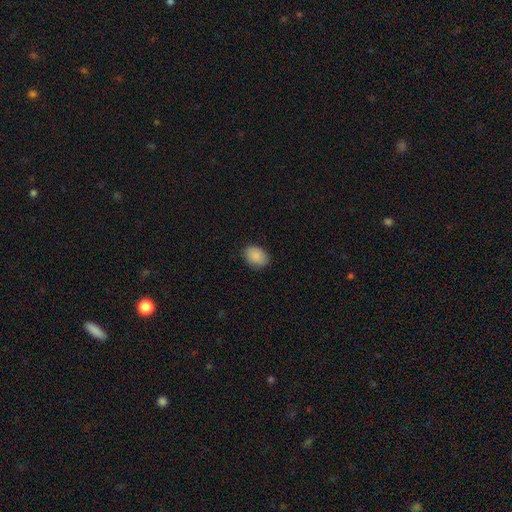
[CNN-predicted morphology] This is clearly a smooth galaxy (89%). How rounded: likely in between (70%). Merging: clearly none (83%).